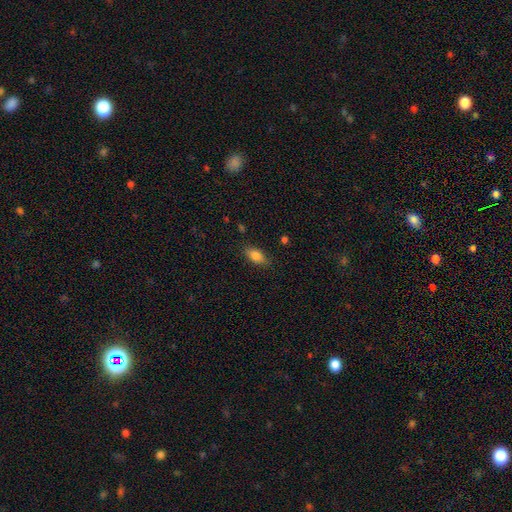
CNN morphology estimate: A smooth galaxy with no disk features (82%) that is in between round and cigar-shaped (86%).

Vote fractions:
- Smooth or featured? smooth: 82% / featured or disk: 10% / star or artifact: 8%
- How rounded? in between: 86% / cigar-shaped: 10% / round: 5%
- Merging? none: 83% / minor disturbance: 13% / major disturbance: 3% / merger: 1%